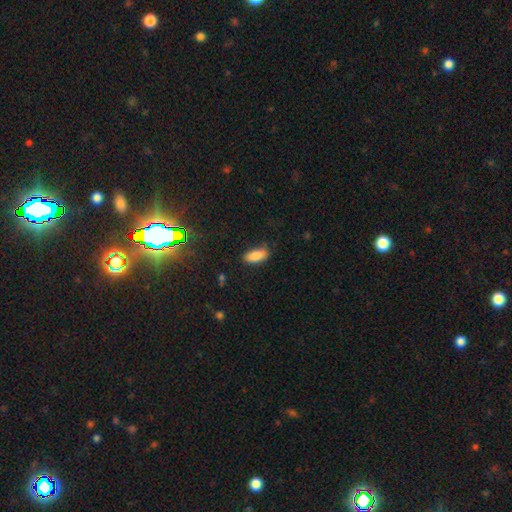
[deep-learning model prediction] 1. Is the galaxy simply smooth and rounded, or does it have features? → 86% smooth, 8% star or artifact, 6% featured or disk.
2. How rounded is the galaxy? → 85% in between, 13% cigar-shaped, 2% round.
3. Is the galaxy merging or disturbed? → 80% none, 15% minor disturbance, 3% major disturbance, 2% merger.